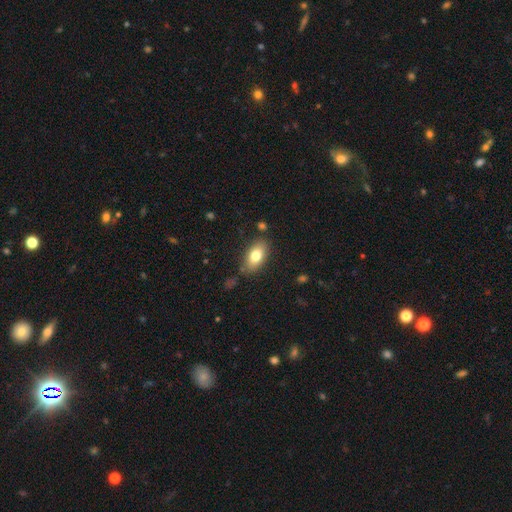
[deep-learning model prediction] Smooth or featured? smooth (77%)
How rounded? in between (89%)
Merging? none (80%)